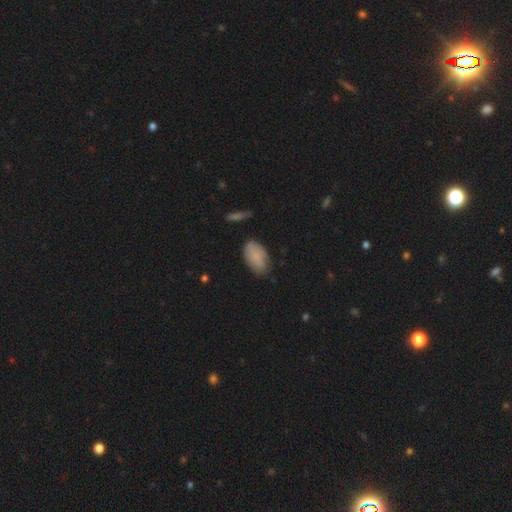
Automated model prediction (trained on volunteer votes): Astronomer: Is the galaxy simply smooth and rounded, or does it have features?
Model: smooth — 82%.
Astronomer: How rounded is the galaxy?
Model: in between — 93%.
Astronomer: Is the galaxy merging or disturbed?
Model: none — 72%.